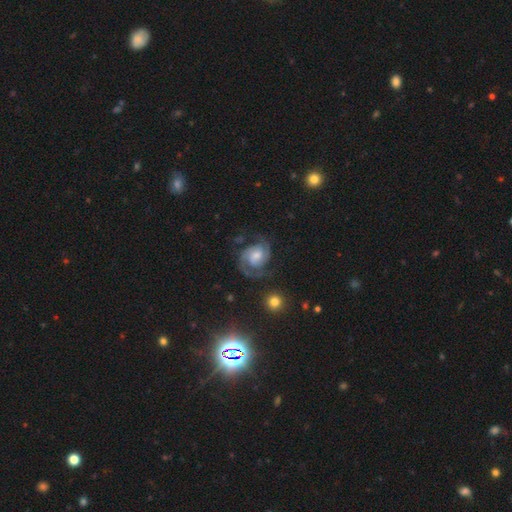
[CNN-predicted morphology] Smooth or featured: featured or disk — 88% (star or artifact — 7%)
Edge-on disk: no — 98% (yes — 2%)
Bar: no — 53% (weak — 38%)
Spiral arms: yes — 98% (no — 2%)
Spiral winding: medium — 47% (tight — 44%)
Spiral arm count: 2 — 87% (3 — 5%)
Bulge size: moderate — 50% (small — 36%)
Merging: none — 77% (minor disturbance — 15%)